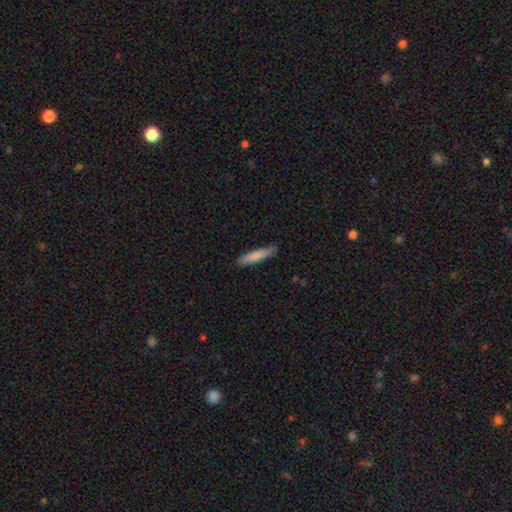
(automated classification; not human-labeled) A smooth galaxy with no disk features (81%) that is cigar-shaped (86%). Merging: none (86%).